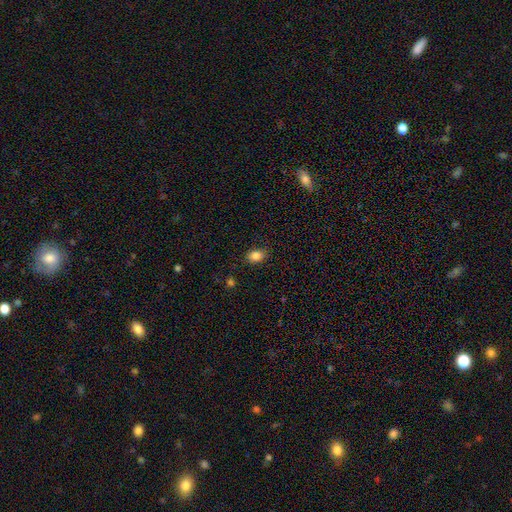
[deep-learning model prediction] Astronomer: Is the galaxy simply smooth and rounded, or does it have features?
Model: smooth — 86%.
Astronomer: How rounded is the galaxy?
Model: in between — 72%.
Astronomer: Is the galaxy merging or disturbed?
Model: none — 84%.